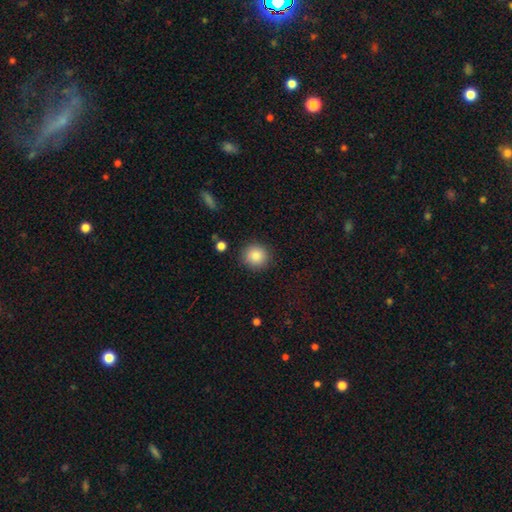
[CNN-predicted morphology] Smooth or featured? smooth (86%)
How rounded? round (92%)
Merging? none (88%)